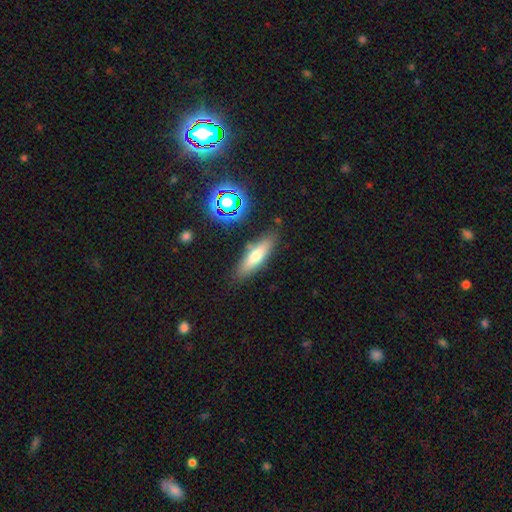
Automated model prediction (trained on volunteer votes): smooth-or-featured: smooth: 63% | featured or disk: 27% | star or artifact: 10%
  how-rounded: cigar-shaped: 59% | in between: 38% | round: 3%
  merging: none: 82% | minor disturbance: 11% | merger: 4% | major disturbance: 3%